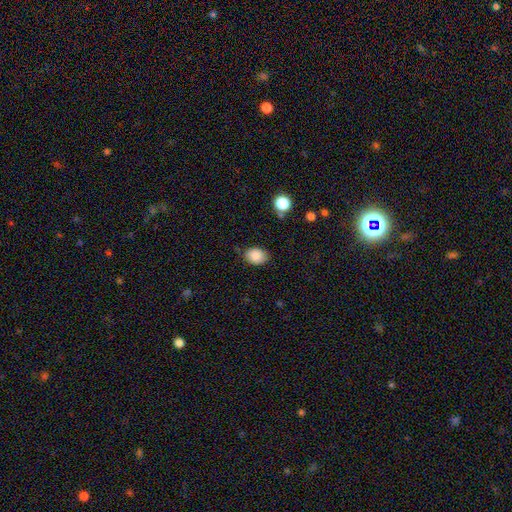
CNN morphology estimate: Smooth or featured? Predicted: smooth (p=0.88). How rounded? Predicted: in between (p=0.65). Merging? Predicted: none (p=0.80).